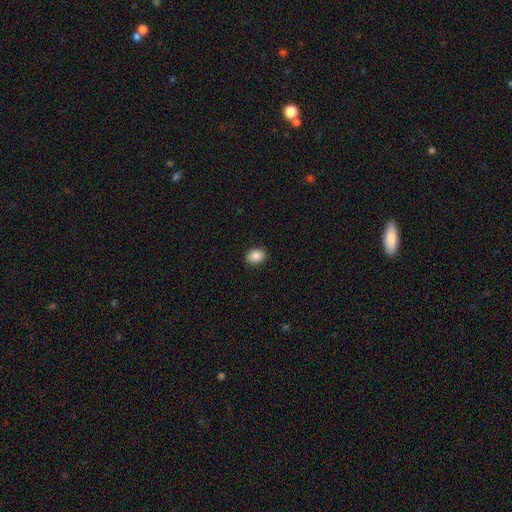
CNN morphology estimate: Smooth or featured?
  - smooth: 86% *
  - star or artifact: 8%
  - featured or disk: 6%
How rounded?
  - in between: 67% *
  - round: 32%
  - cigar-shaped: 1%
Merging?
  - none: 89% *
  - minor disturbance: 8%
  - major disturbance: 2%
  - merger: 1%